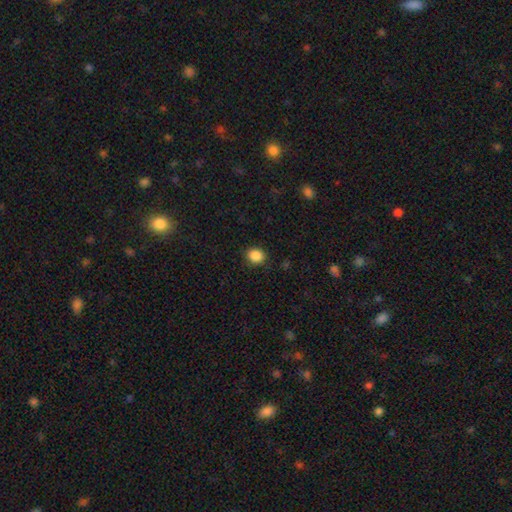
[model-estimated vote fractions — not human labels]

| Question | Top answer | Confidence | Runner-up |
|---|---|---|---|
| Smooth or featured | smooth | 87% | star or artifact (10%) |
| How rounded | round | 74% | in between (26%) |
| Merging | none | 90% | minor disturbance (7%) |